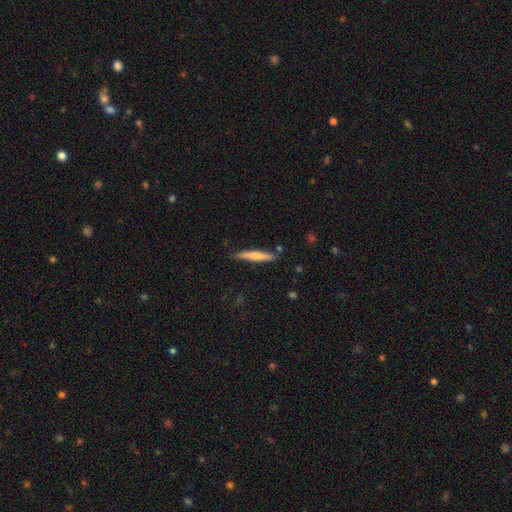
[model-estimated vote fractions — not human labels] smooth-or-featured: smooth: 67% | featured or disk: 27% | star or artifact: 6%
  how-rounded: cigar-shaped: 93% | in between: 6% | round: 1%
  merging: none: 84% | minor disturbance: 12% | merger: 3% | major disturbance: 2%